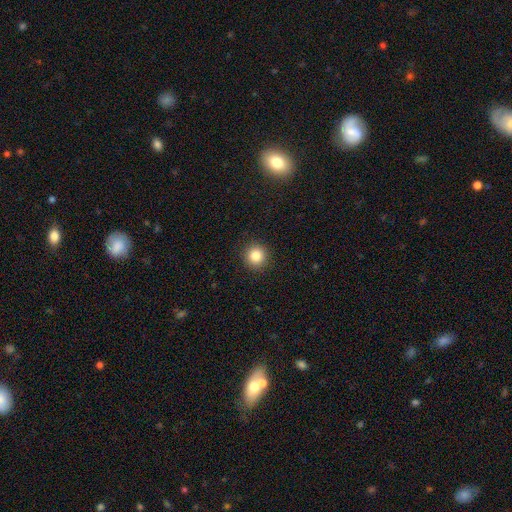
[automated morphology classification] Overall: smooth (85%). How rounded: round (94%). Merging: none (92%).